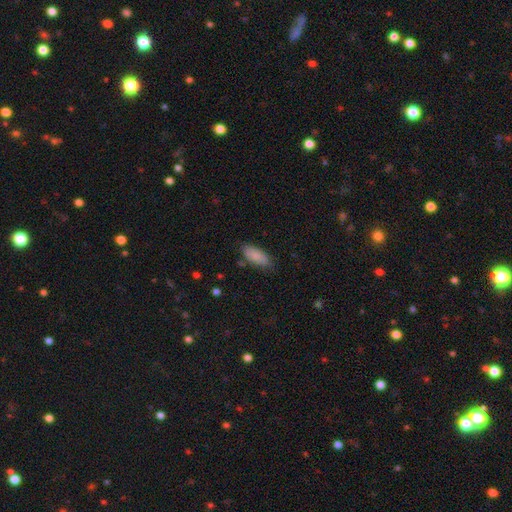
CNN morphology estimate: This is clearly a smooth galaxy (85%). How rounded: clearly in between (86%). Merging: likely none (77%).